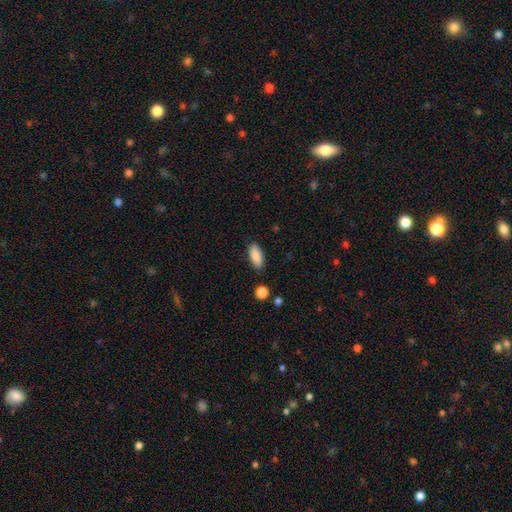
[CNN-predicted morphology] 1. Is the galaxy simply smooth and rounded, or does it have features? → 87% smooth, 7% star or artifact, 6% featured or disk.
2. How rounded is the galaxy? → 79% in between, 19% cigar-shaped, 2% round.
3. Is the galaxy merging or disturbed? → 85% none, 10% minor disturbance, 2% major disturbance, 2% merger.